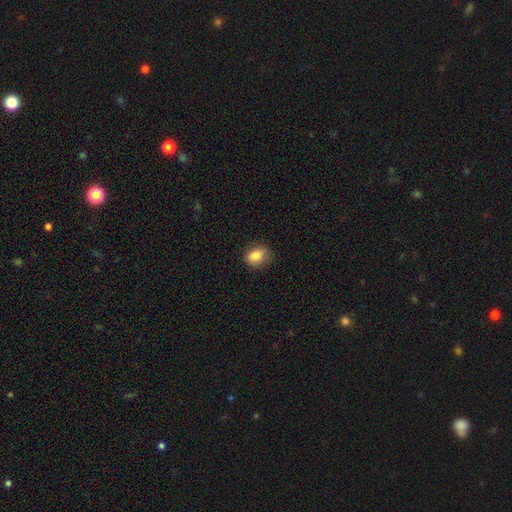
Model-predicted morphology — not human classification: Smooth or featured? Predicted: smooth (p=0.84). How rounded? Predicted: in between (p=0.65). Merging? Predicted: none (p=0.81).